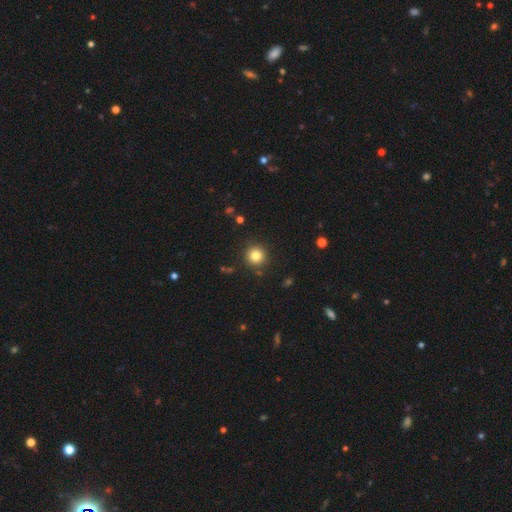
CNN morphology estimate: Smooth or featured: smooth — 81% (star or artifact — 12%)
How rounded: round — 95% (in between — 4%)
Merging: none — 89% (minor disturbance — 6%)